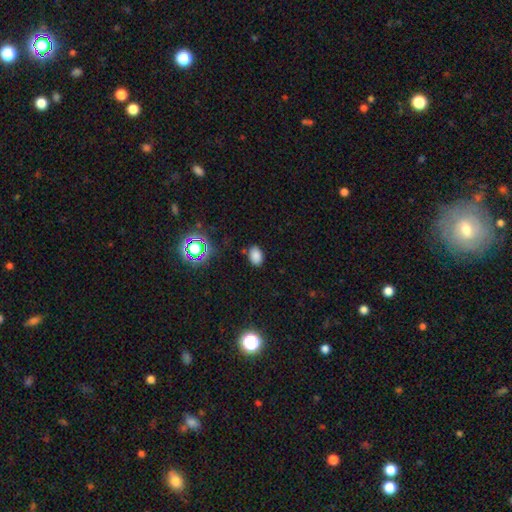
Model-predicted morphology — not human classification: smooth-or-featured: smooth: 79% | star or artifact: 16% | featured or disk: 5%
  how-rounded: in between: 83% | round: 16% | cigar-shaped: 1%
  merging: none: 83% | minor disturbance: 12% | major disturbance: 3% | merger: 2%